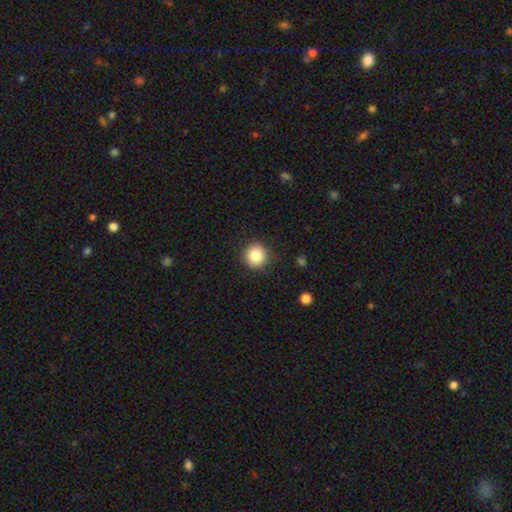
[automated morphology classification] smooth 84%, star or artifact 10%, featured or disk 7%. Down the decision tree: how rounded — round (94%); merging — none (90%).